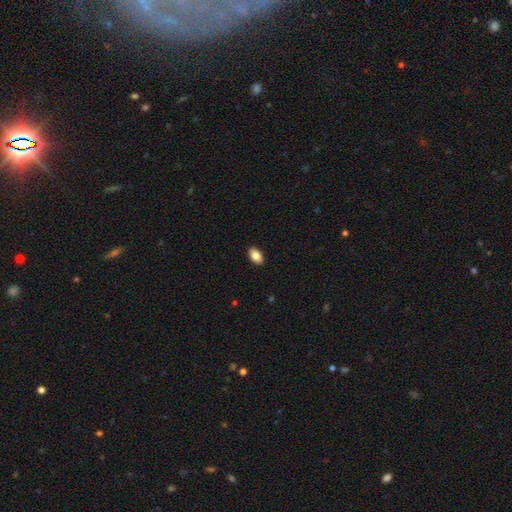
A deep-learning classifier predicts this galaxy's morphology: The model was most divided on "smooth or featured": smooth: 86%, star or artifact: 7%, featured or disk: 7%. More confident: how rounded — in between (92%); merging — none (90%).